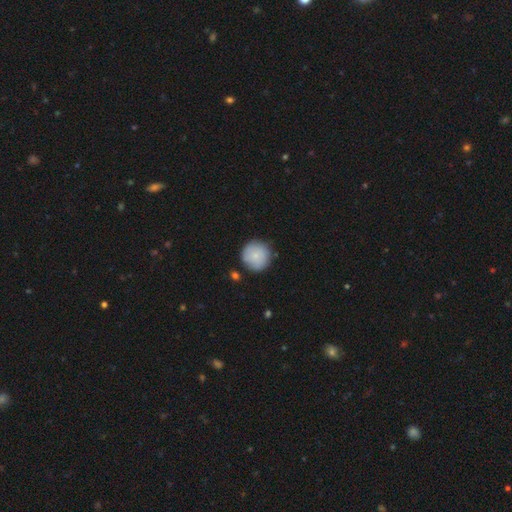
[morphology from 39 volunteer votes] Overall: smooth (72%). How rounded: round (96%). Merging: none (57%; minor disturbance 43%).